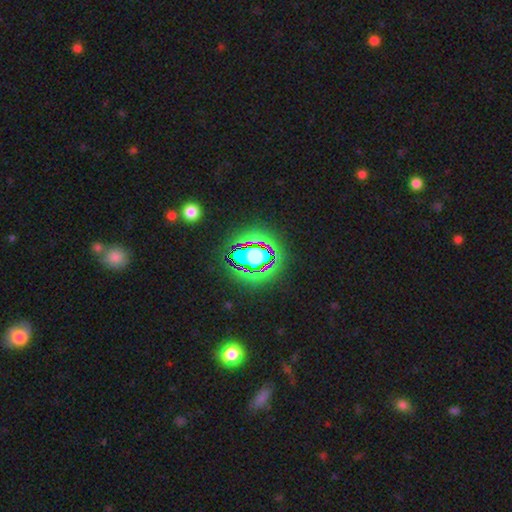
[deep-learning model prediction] Q: Smooth or featured?
A: star or artifact (60%); runner-up: smooth (24%)